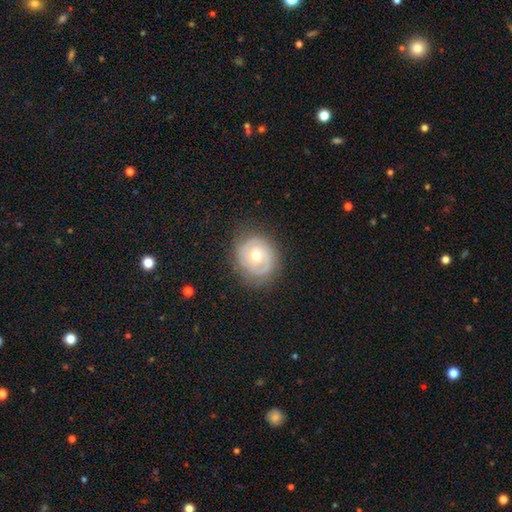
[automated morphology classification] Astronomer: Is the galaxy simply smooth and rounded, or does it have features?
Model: featured or disk — 63%.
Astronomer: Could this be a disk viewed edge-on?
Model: no — 97%.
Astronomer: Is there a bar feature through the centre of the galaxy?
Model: no — 73%.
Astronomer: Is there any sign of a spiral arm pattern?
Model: yes — 73%.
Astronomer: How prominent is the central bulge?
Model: moderate — 70%.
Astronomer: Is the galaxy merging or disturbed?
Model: none — 79%.